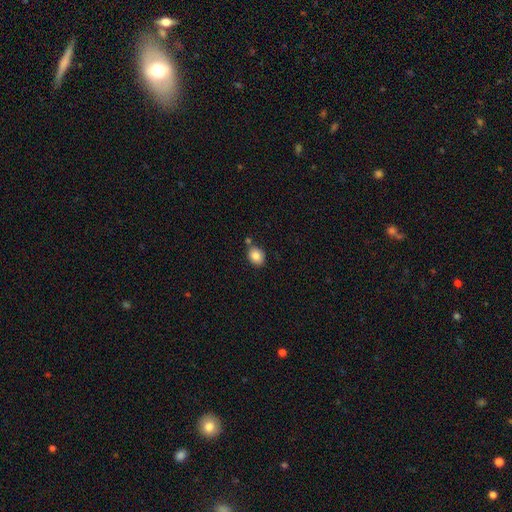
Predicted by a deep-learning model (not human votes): smooth_or_featured: smooth (p=0.84) [alt: star or artifact p=0.09]
how_rounded: in between (p=0.51) [alt: round p=0.48]
merging: none (p=0.74) [alt: minor disturbance p=0.12]